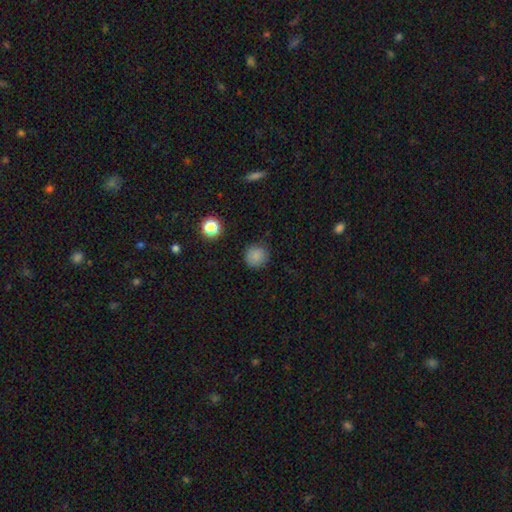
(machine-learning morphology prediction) Smooth or featured? Predicted: smooth (p=0.82). How rounded? Predicted: round (p=0.92). Merging? Predicted: none (p=0.83).